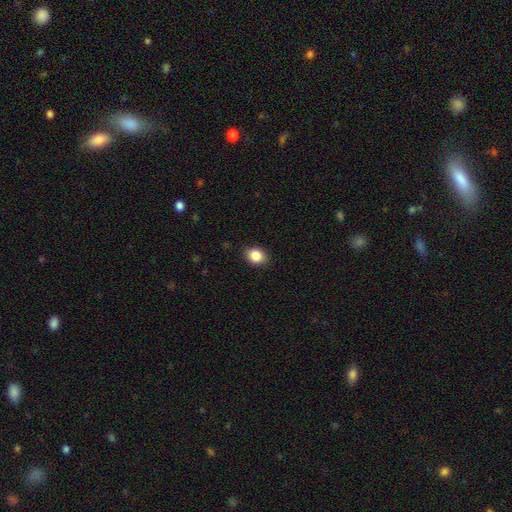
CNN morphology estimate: Q: Smooth or featured?
A: smooth (86%); runner-up: star or artifact (9%)
Q: How rounded?
A: in between (53%); runner-up: round (46%)
Q: Merging?
A: none (87%); runner-up: minor disturbance (10%)